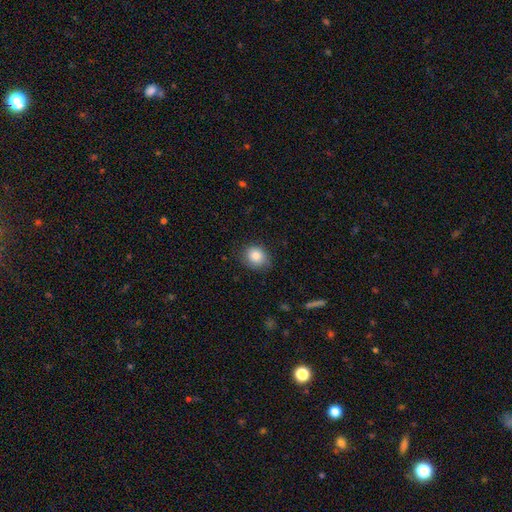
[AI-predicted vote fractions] Q: Smooth or featured?
A: smooth (85%); runner-up: star or artifact (8%)
Q: How rounded?
A: round (73%); runner-up: in between (26%)
Q: Merging?
A: none (76%); runner-up: minor disturbance (19%)